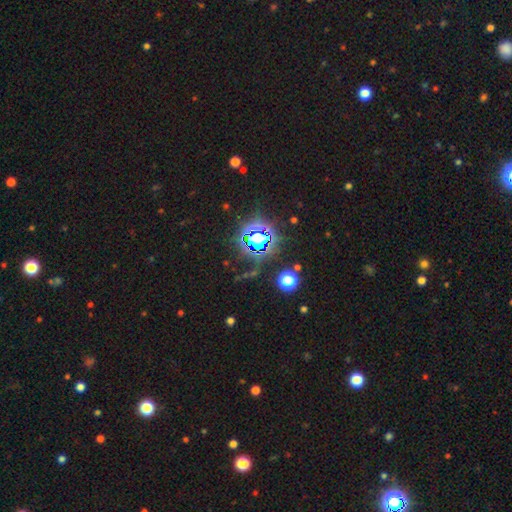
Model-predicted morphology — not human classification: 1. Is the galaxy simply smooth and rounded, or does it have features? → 83% star or artifact, 10% smooth, 6% featured or disk.